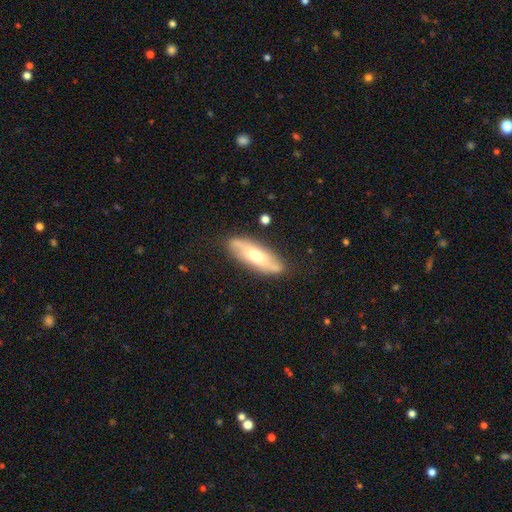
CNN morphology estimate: Smooth or featured: smooth — 48% (featured or disk — 46%)
Merging: none — 80% (minor disturbance — 14%)